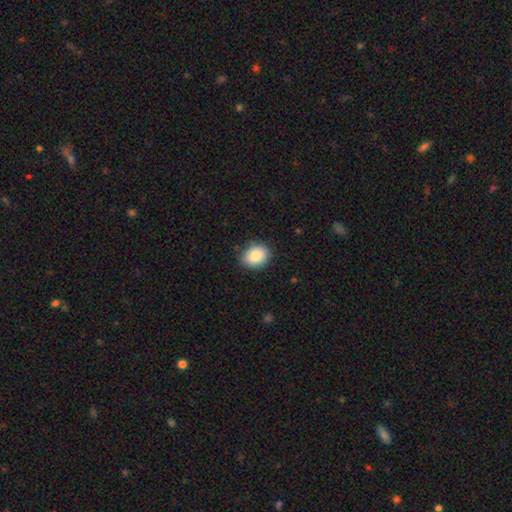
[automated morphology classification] smooth_or_featured: smooth (p=0.87) [alt: star or artifact p=0.08]
how_rounded: round (p=0.51) [alt: in between p=0.49]
merging: none (p=0.85) [alt: minor disturbance p=0.11]